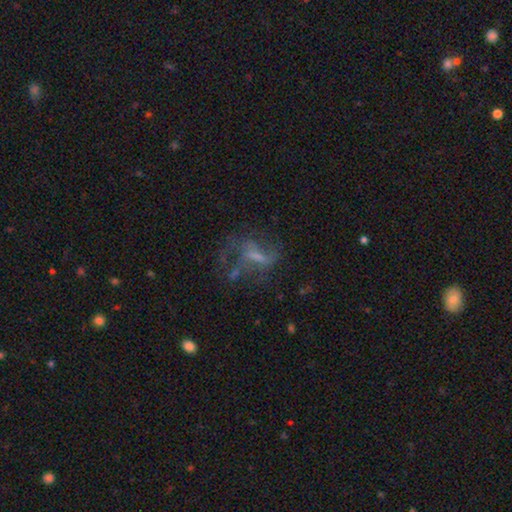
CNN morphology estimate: smooth_or_featured: featured or disk (p=0.58) [alt: smooth p=0.26]
disk_edge_on: no (p=0.94) [alt: yes p=0.06]
bar: weak (p=0.42) [alt: no p=0.36]
has_spiral_arms: yes (p=0.54) [alt: no p=0.46]
bulge_size: none (p=0.37) [alt: small p=0.30]
merging: none (p=0.40) [alt: major disturbance p=0.37]